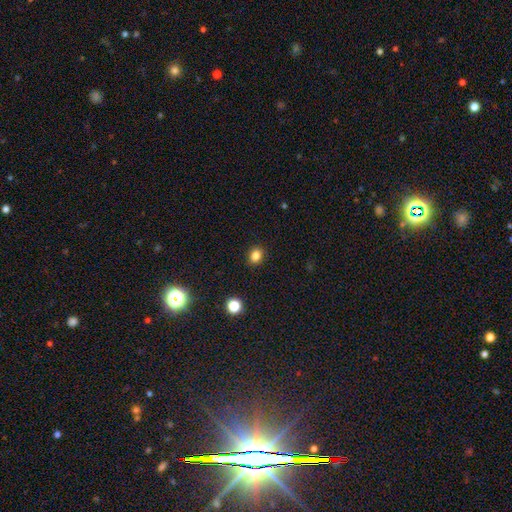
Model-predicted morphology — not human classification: This is clearly a smooth galaxy (82%). How rounded: possibly round (59%). Merging: clearly none (90%).